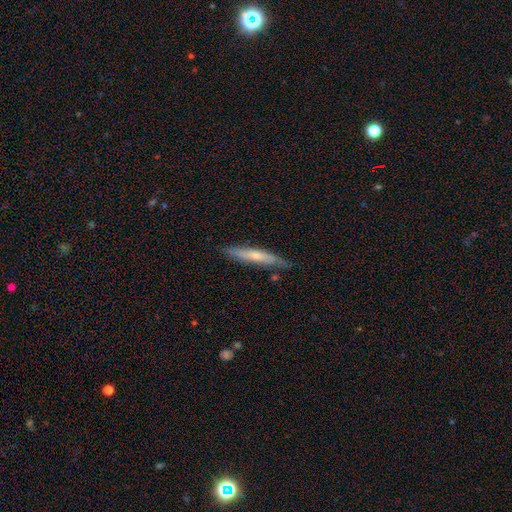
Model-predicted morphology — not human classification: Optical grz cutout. It shows a smooth galaxy with no disk features (49%). Merging: none (77%).